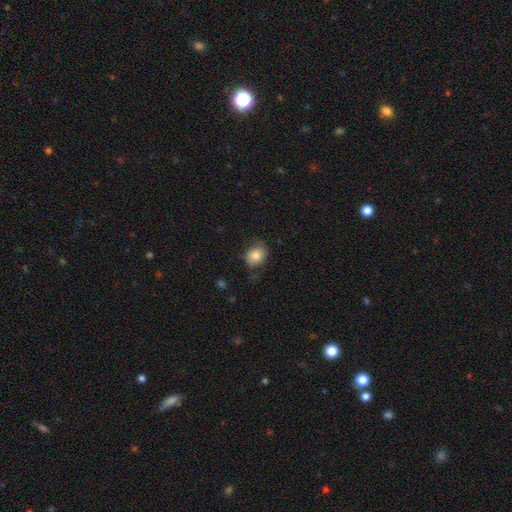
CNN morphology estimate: type=smooth (80%); roundness=in between (51%); merging=none (68%).